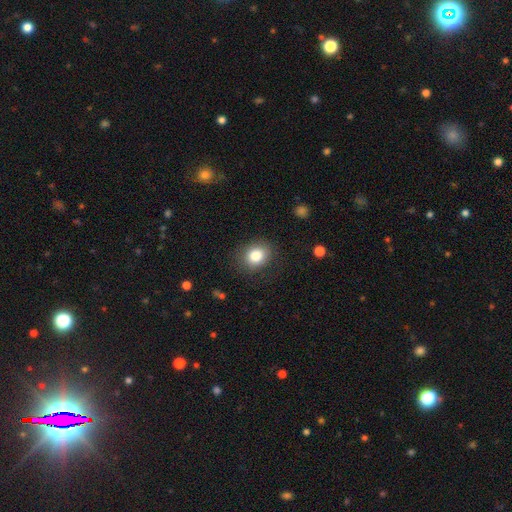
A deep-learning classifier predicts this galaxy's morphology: Smooth or featured? Predicted: smooth (p=0.83). How rounded? Predicted: round (p=0.59). Merging? Predicted: none (p=0.82).